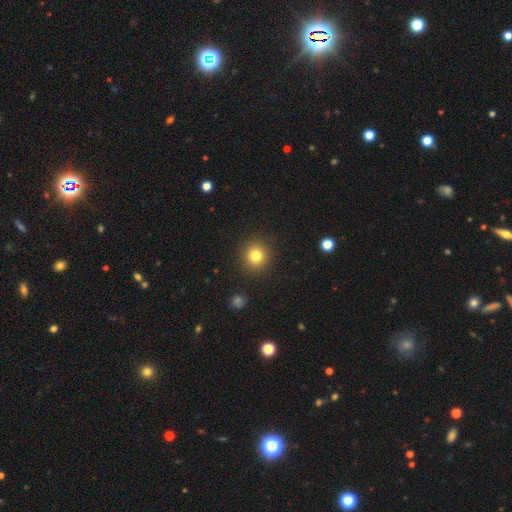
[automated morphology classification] This is clearly a smooth galaxy (80%). How rounded: clearly round (92%). Merging: clearly none (91%).